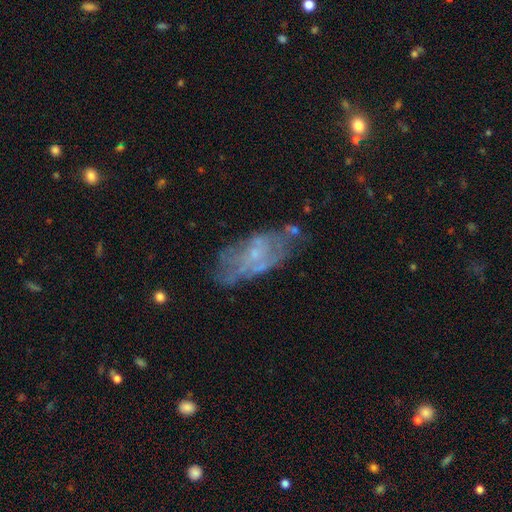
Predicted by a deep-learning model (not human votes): featured or disk 64%, smooth 27%, star or artifact 9%. Down the decision tree: edge-on disk — no (91%); bar — no (76%); spiral arms — no (55%); bulge size — small (68%); merging — none (53%).